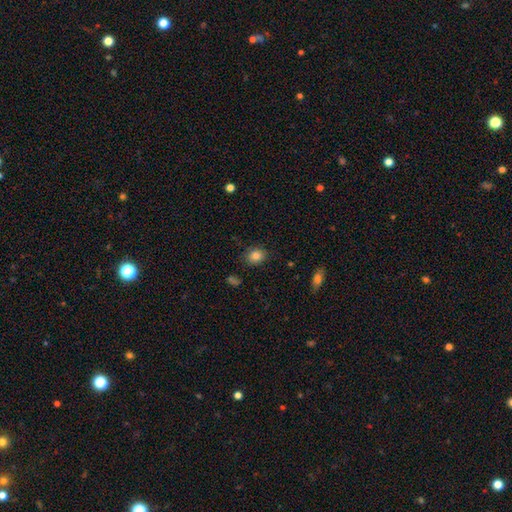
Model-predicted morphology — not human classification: A smooth galaxy with no disk features (84%) that is round (61%). Merging: none (84%).